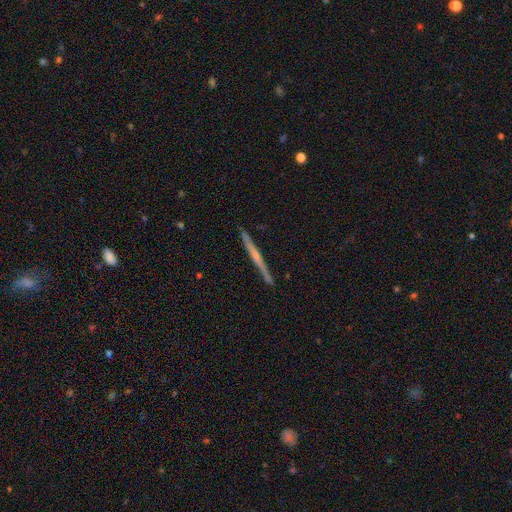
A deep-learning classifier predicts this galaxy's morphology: This appears to be a featured or disk galaxy (67%) viewed edge-on (98%) with no central bulge (55%). Merging: none (91%).